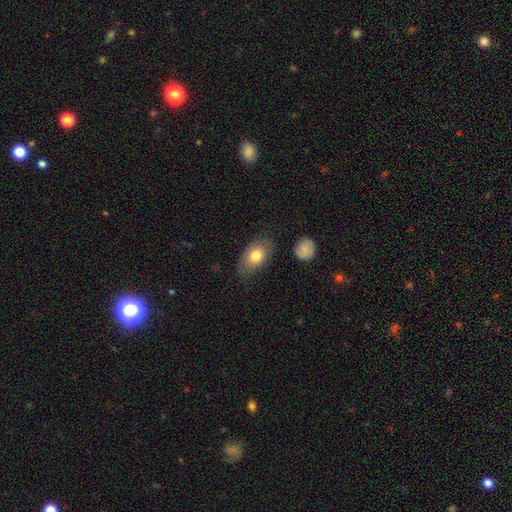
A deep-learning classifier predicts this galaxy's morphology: Overall: smooth (76%). How rounded: in between (87%). Merging: none (73%).